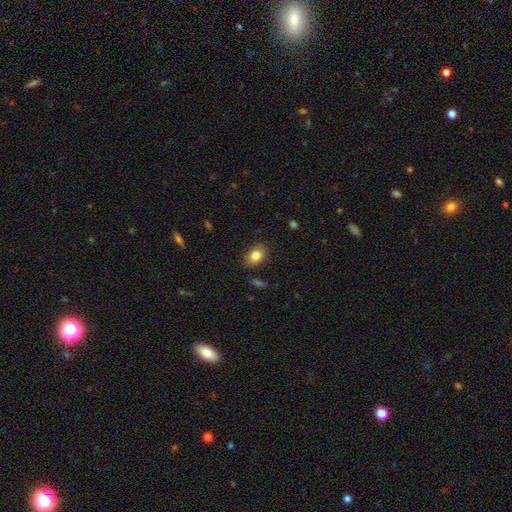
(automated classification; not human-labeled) A smooth galaxy with no disk features (82%) that is in between round and cigar-shaped (79%). Merging: none (82%).